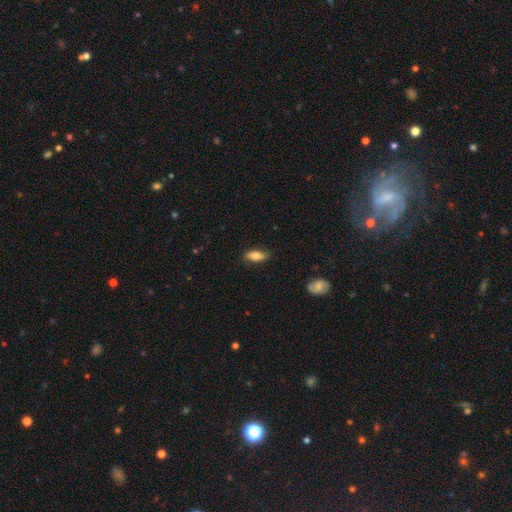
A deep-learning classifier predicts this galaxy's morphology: The model was most divided on "how rounded": in between: 76%, cigar-shaped: 21%, round: 3%. More confident: merging — none (83%); smooth or featured — smooth (78%).